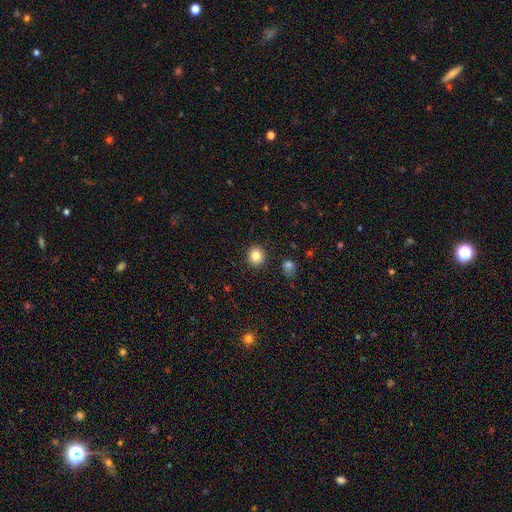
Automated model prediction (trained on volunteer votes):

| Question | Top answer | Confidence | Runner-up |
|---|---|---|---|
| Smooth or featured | smooth | 83% | star or artifact (10%) |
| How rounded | round | 86% | in between (13%) |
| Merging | none | 91% | minor disturbance (6%) |